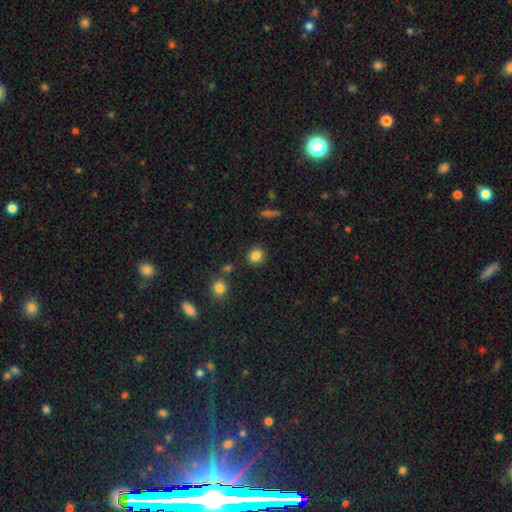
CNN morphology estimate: smooth-or-featured: smooth: 84% | star or artifact: 11% | featured or disk: 5%
  how-rounded: round: 81% | in between: 18% | cigar-shaped: 1%
  merging: none: 86% | minor disturbance: 8% | merger: 4% | major disturbance: 3%